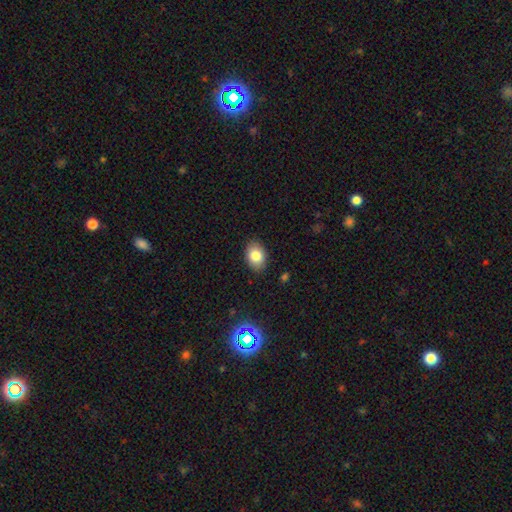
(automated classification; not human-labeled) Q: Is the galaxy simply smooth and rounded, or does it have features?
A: smooth — 81%.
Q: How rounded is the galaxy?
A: in between — 80%.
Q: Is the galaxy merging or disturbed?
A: none — 87%.